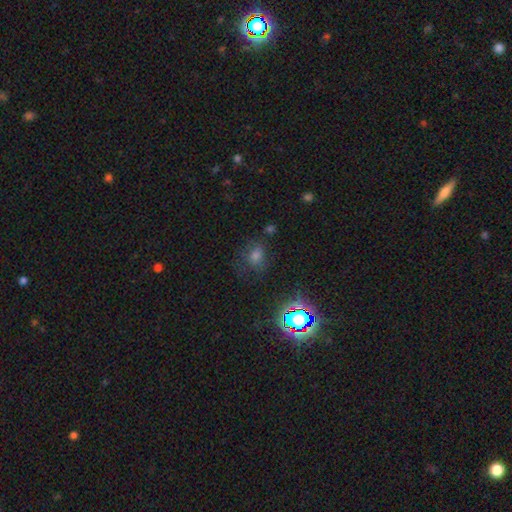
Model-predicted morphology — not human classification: smooth 51%, star or artifact 38%, featured or disk 12%. Down the decision tree: how rounded — round (61%); merging — none (70%).